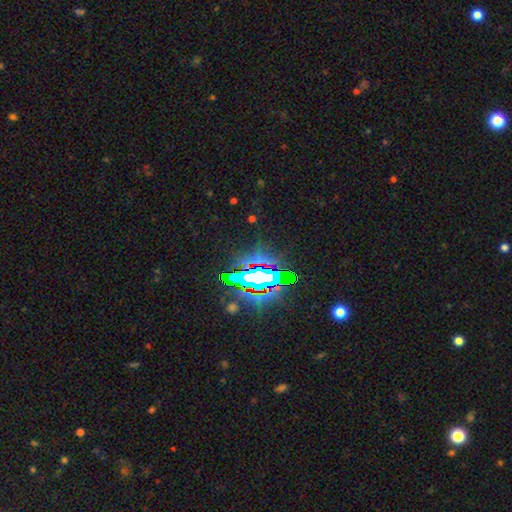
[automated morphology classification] Smooth or featured? star or artifact (73%)